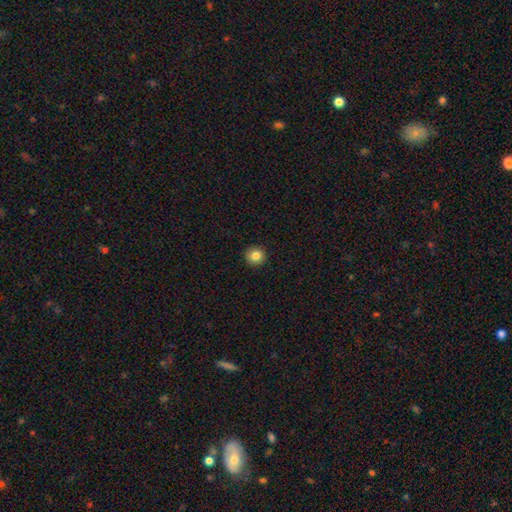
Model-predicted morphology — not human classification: The model was most divided on "smooth or featured": smooth: 83%, star or artifact: 10%, featured or disk: 6%. More confident: how rounded — round (94%); merging — none (93%).